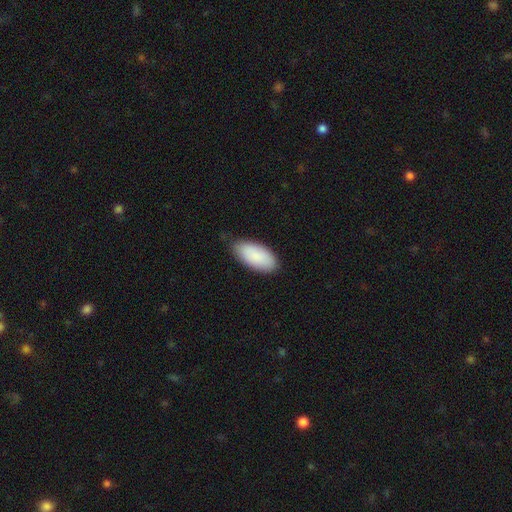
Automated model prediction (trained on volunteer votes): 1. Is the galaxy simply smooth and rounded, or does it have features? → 88% smooth, 6% featured or disk, 5% star or artifact.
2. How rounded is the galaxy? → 93% in between, 6% cigar-shaped, 2% round.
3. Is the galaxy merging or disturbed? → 78% none, 18% minor disturbance, 3% major disturbance, 1% merger.